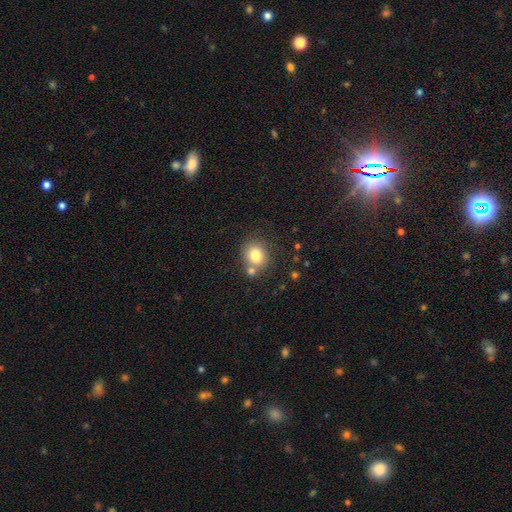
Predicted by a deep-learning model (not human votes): Smooth or featured: smooth — 79% (star or artifact — 11%)
How rounded: round — 73% (in between — 26%)
Merging: none — 61% (merger — 24%)